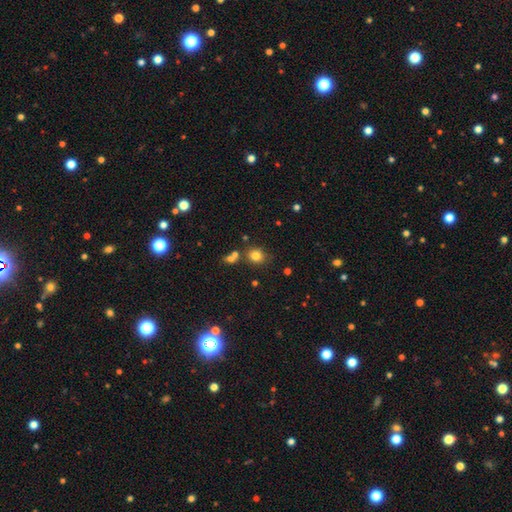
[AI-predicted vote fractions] smooth-or-featured: smooth: 79% | star or artifact: 14% | featured or disk: 7%
  how-rounded: round: 77% | in between: 22% | cigar-shaped: 1%
  merging: none: 74% | merger: 11% | minor disturbance: 11% | major disturbance: 4%